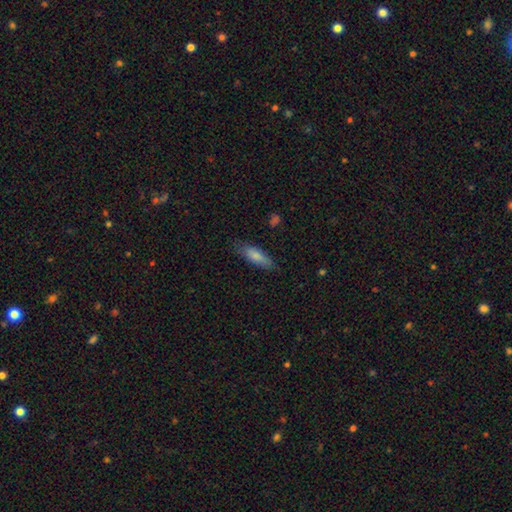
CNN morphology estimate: Smooth or featured? smooth (81%)
How rounded? in between (53%)
Merging? none (77%)